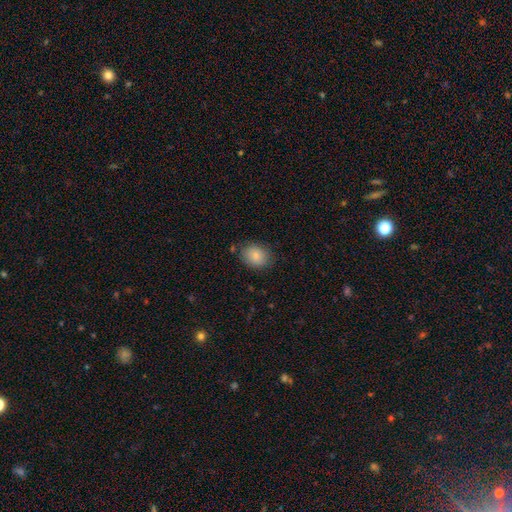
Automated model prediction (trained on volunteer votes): A smooth galaxy with no disk features (85%) that is in between round and cigar-shaped (50%).

Vote fractions:
- Smooth or featured? smooth: 85% / star or artifact: 8% / featured or disk: 7%
- How rounded? in between: 50% / round: 49% / cigar-shaped: 1%
- Merging? none: 81% / minor disturbance: 14% / major disturbance: 3% / merger: 2%